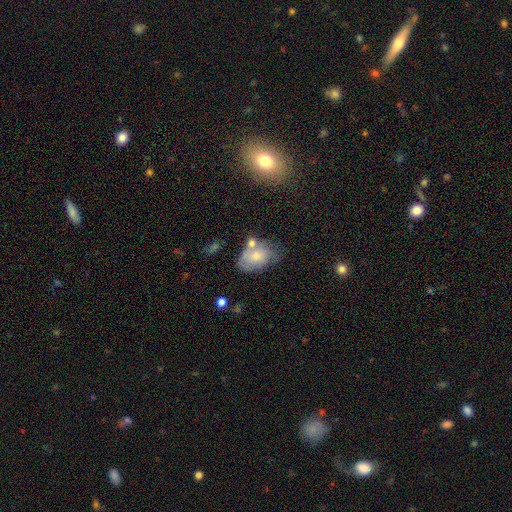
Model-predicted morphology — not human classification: This is likely a smooth galaxy (67%). How rounded: clearly in between (84%). Merging: marginally none (42%).